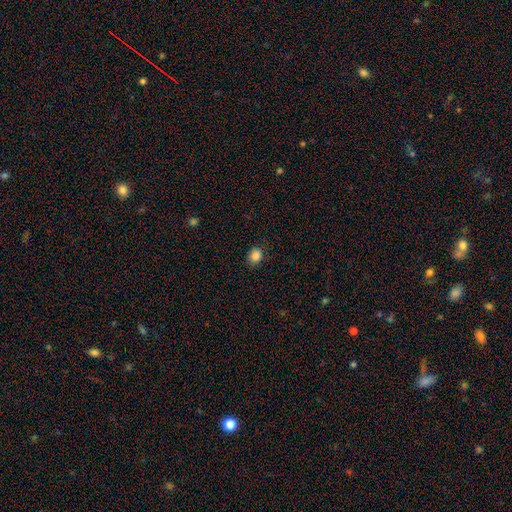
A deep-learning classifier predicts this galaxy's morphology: This appears to be a smooth galaxy with no disk features (86%) that is round (67%). Merging: none (86%).